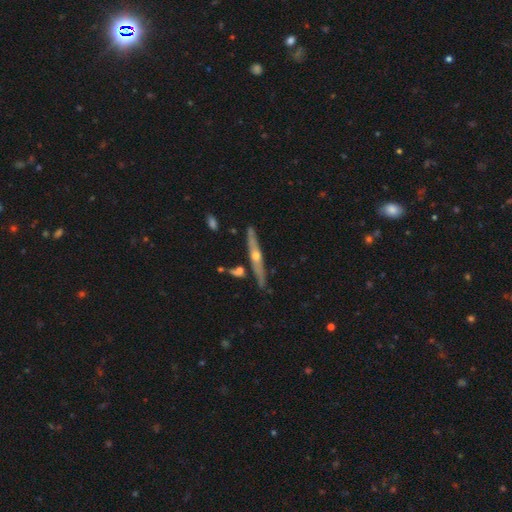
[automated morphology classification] The model was most divided on "smooth or featured": featured or disk: 75%, smooth: 18%, star or artifact: 6%. More confident: edge-on disk — yes (95%); edge-on bulge — rounded (88%); merging — none (83%).